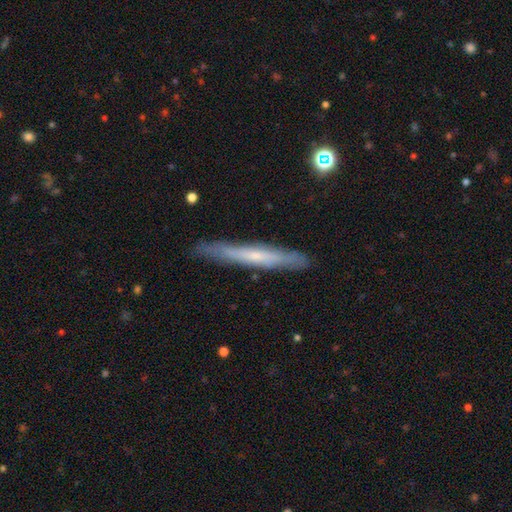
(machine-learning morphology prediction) smooth-or-featured: featured or disk: 52% | smooth: 42% | star or artifact: 6%
  disk-edge-on: yes: 89% | no: 11%
  merging: none: 86% | minor disturbance: 11% | major disturbance: 2% | merger: 1%